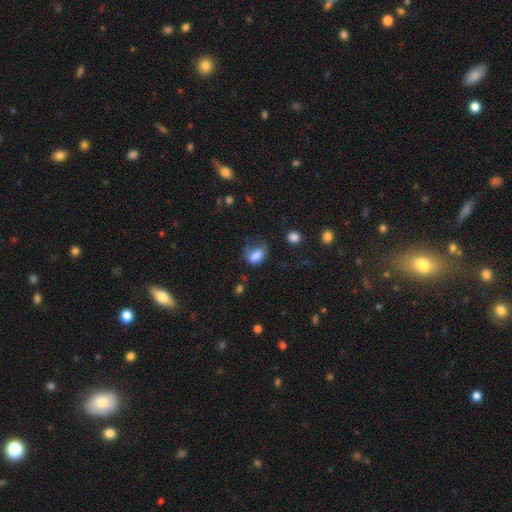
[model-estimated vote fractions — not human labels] smooth 78%, star or artifact 11%, featured or disk 11%. Down the decision tree: how rounded — in between (83%); merging — none (37%).